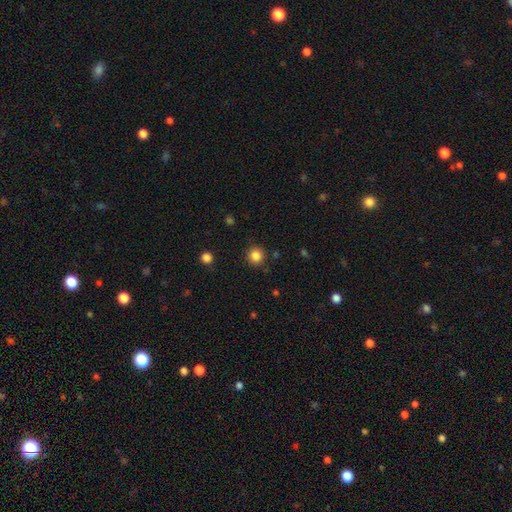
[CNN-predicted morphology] Smooth or featured? Predicted: smooth (p=0.84). How rounded? Predicted: round (p=0.93). Merging? Predicted: none (p=0.89).